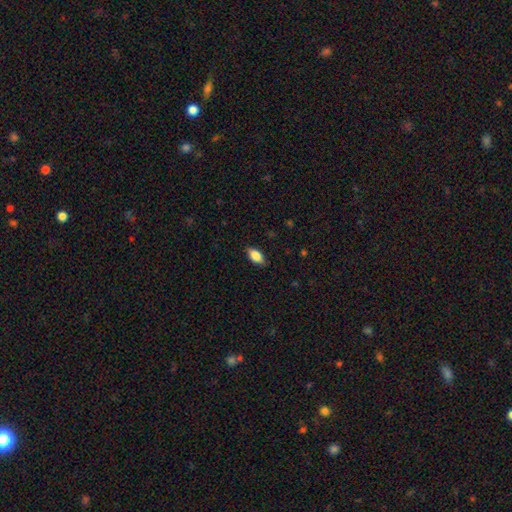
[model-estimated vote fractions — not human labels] smooth 85%, featured or disk 8%, star or artifact 7%. Down the decision tree: how rounded — in between (90%); merging — none (85%).